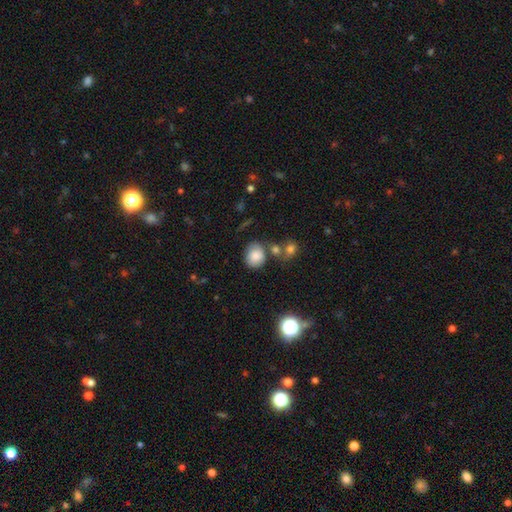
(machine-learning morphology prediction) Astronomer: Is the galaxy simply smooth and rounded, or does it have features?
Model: smooth — 82%.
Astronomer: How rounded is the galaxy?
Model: round — 68%.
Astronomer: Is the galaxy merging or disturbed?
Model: none — 66%.